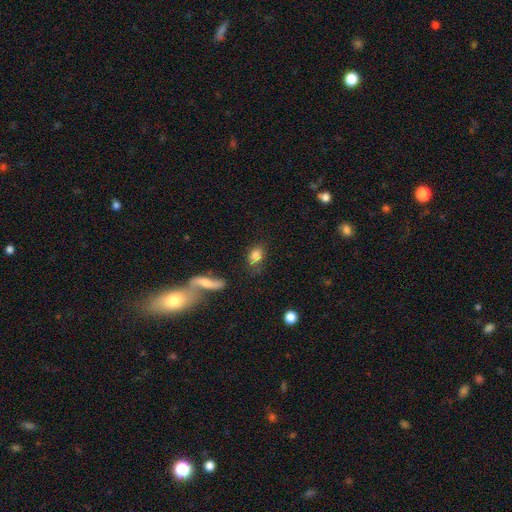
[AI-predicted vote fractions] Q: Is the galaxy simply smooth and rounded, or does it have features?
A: smooth — 80%.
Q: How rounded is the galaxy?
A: in between — 69%.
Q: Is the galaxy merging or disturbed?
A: none — 61%.